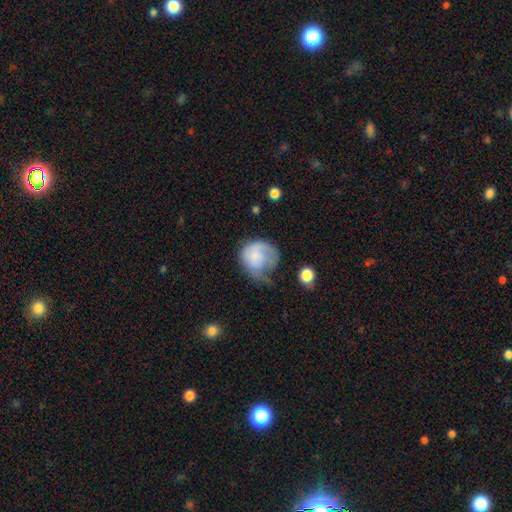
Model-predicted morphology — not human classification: Overall: smooth (62%; featured or disk 30%). How rounded: round (75%). Merging: major disturbance (40%; minor disturbance 31%).